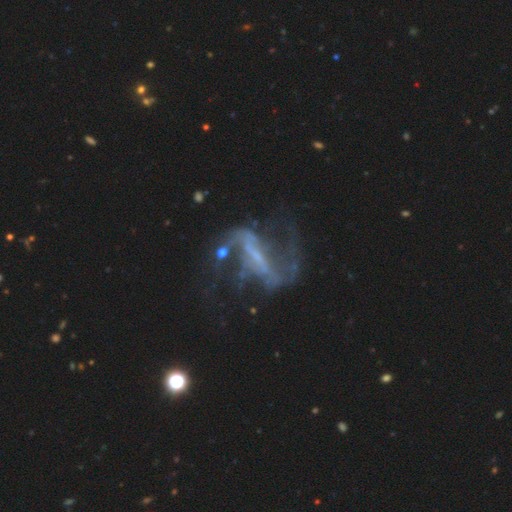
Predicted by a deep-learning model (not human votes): Smooth or featured: featured or disk — 81% (star or artifact — 11%)
Edge-on disk: no — 89% (yes — 11%)
Bar: strong — 62% (weak — 24%)
Spiral arms: yes — 77% (no — 23%)
Spiral winding: loose — 66% (medium — 25%)
Spiral arm count: 2 — 74% (can't tell — 13%)
Bulge size: small — 46% (none — 40%)
Merging: none — 43% (major disturbance — 34%)